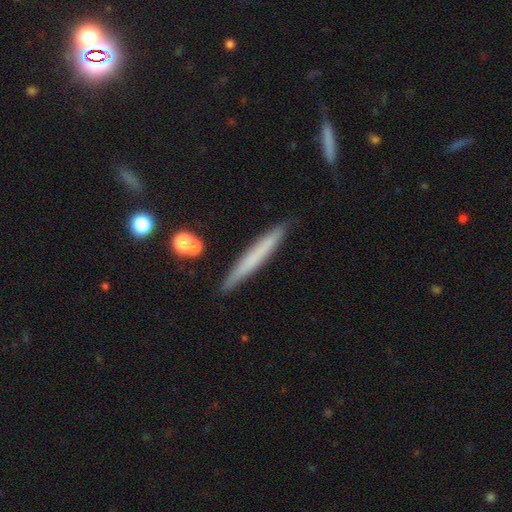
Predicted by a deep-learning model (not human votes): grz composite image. It shows a smooth galaxy with no disk features (59%) that is cigar-shaped (96%). Merging: none (88%).